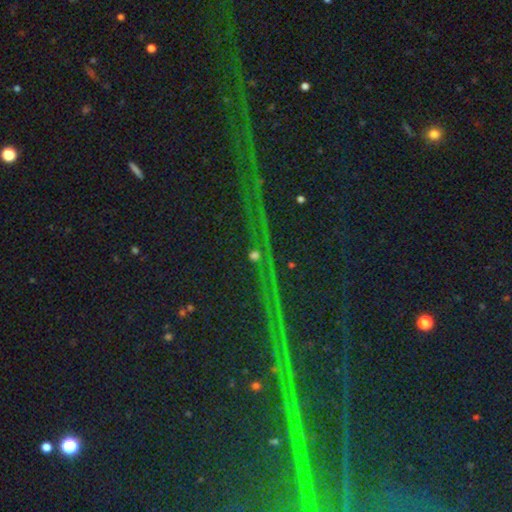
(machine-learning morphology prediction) This is clearly a star or artifact rather than a galaxy (82%).